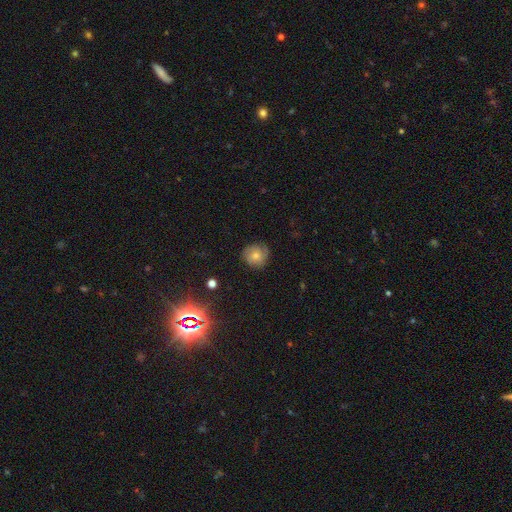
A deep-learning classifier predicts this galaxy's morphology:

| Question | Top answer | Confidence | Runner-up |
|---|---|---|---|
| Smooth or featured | smooth | 56% | featured or disk (33%) |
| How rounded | round | 90% | in between (9%) |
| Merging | none | 76% | minor disturbance (18%) |